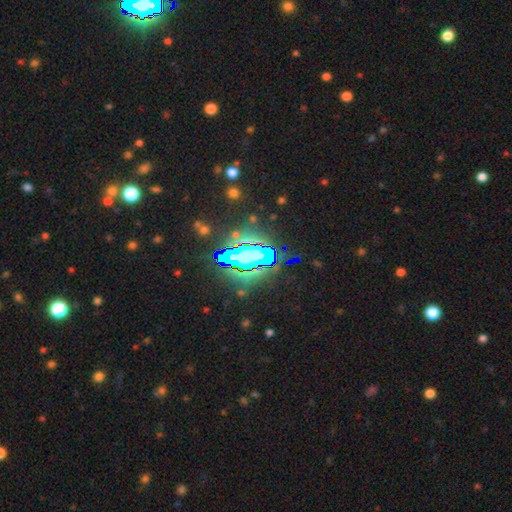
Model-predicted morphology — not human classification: Q: Smooth or featured?
A: star or artifact (83%); runner-up: smooth (9%)